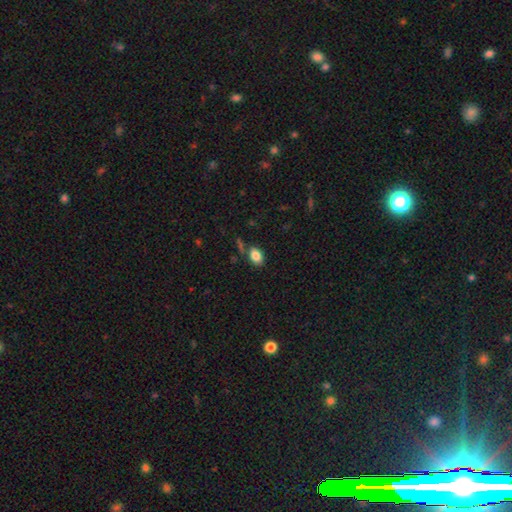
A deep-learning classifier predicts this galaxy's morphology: Smooth or featured: smooth — 84% (star or artifact — 9%)
How rounded: in between — 84% (round — 15%)
Merging: none — 73% (minor disturbance — 15%)